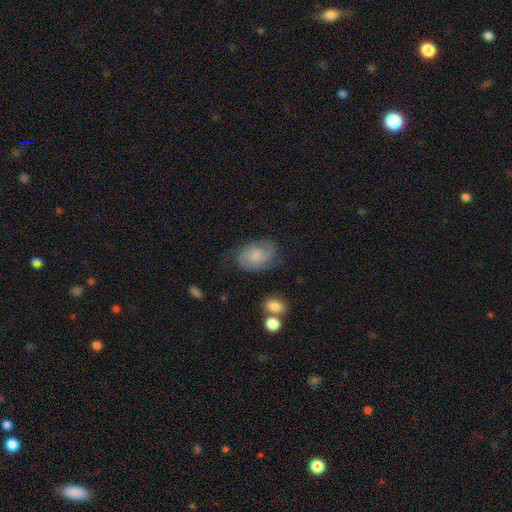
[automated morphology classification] smooth-or-featured: featured or disk: 56% | smooth: 36% | star or artifact: 8%
  disk-edge-on: no: 97% | yes: 3%
    bar: no: 62% | weak: 33% | strong: 4%
    has-spiral-arms: yes: 89% | no: 11%
    bulge-size: small: 36% | none: 30% | moderate: 25% | large: 7% | dominant: 2%
  merging: none: 65% | minor disturbance: 22% | major disturbance: 11% | merger: 2%